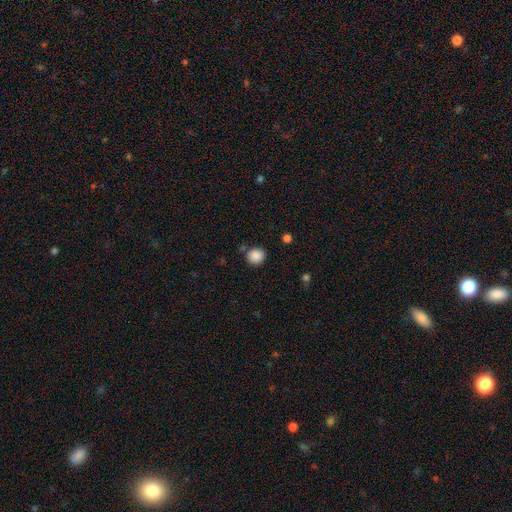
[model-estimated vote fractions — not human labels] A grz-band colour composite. It shows a smooth galaxy with no disk features (87%) that is round (90%). Merging: none (82%).